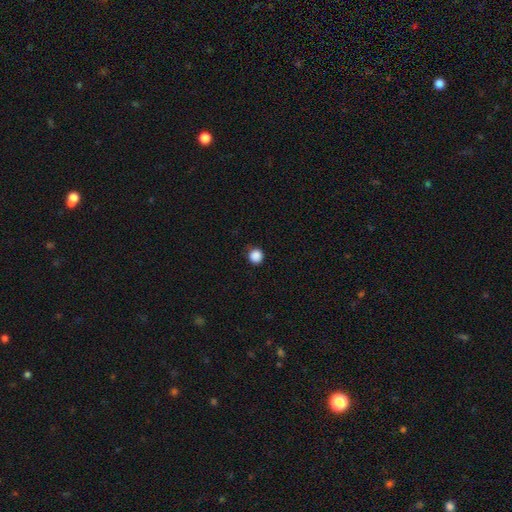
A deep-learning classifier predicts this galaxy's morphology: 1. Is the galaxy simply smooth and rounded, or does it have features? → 88% smooth, 10% star or artifact, 2% featured or disk.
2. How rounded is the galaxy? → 94% round, 5% in between, 1% cigar-shaped.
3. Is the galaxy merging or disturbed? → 89% none, 8% minor disturbance, 2% major disturbance, 1% merger.